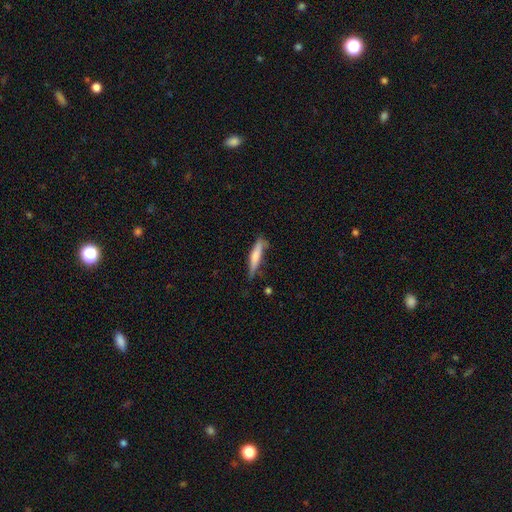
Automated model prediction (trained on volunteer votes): This appears to be a smooth galaxy with no disk features (68%) that is cigar-shaped (86%). Merging: none (64%).